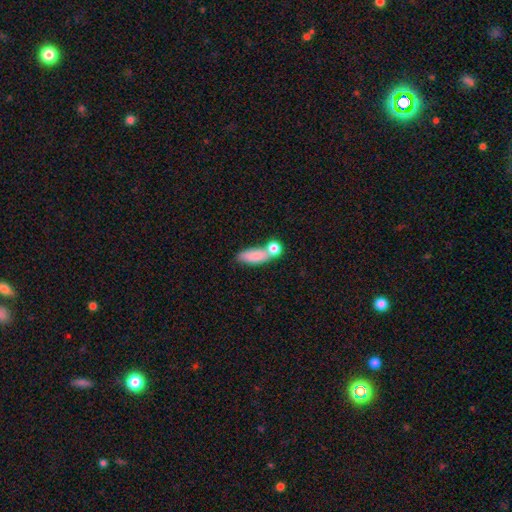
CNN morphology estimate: Overall: smooth (81%). How rounded: in between (67%). Merging: none (42%; merger 38%).